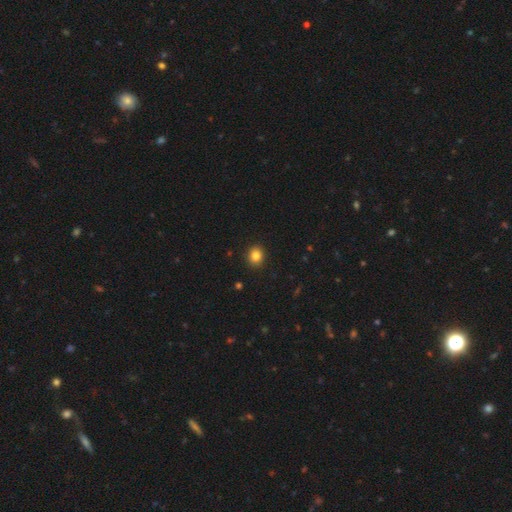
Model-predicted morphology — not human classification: smooth 83%, star or artifact 11%, featured or disk 6%. Down the decision tree: how rounded — round (70%); merging — none (91%).